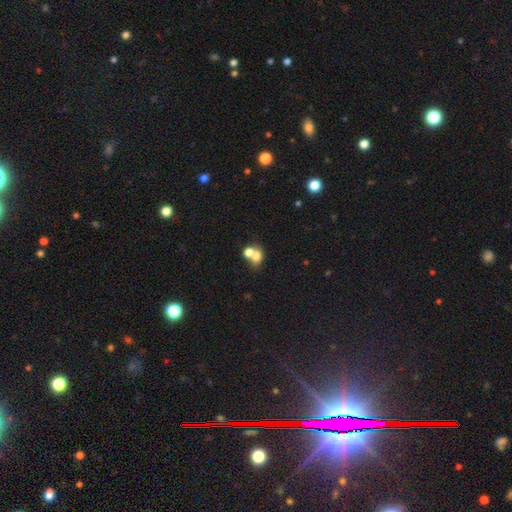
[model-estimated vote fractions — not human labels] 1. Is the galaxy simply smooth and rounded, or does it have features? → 71% smooth, 16% featured or disk, 13% star or artifact.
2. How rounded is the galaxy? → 51% round, 48% in between, 1% cigar-shaped.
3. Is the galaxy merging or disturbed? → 55% merger, 33% none, 8% minor disturbance, 4% major disturbance.